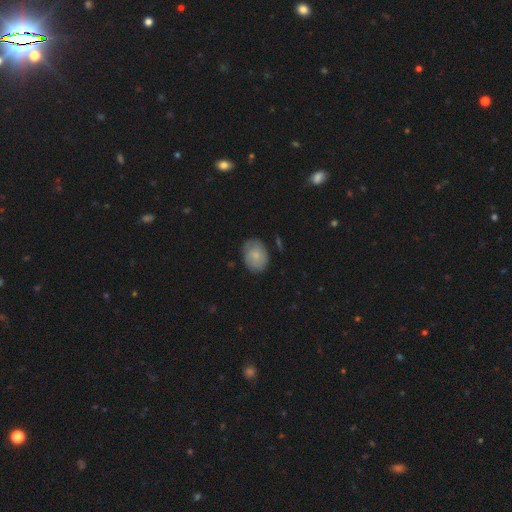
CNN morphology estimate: This is likely a smooth galaxy (72%). How rounded: possibly in between (60%). Merging: likely none (73%).